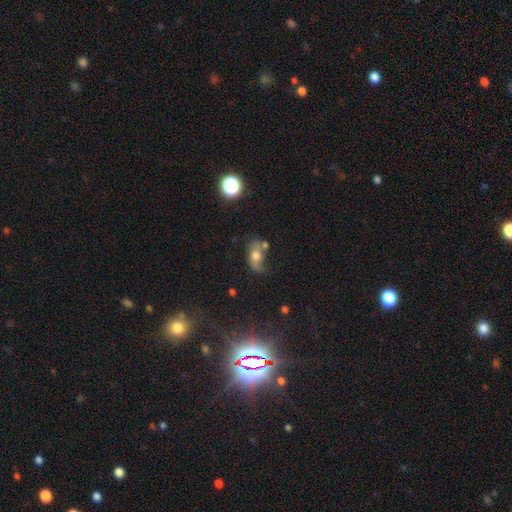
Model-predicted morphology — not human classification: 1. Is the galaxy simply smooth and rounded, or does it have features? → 50% smooth, 37% featured or disk, 13% star or artifact.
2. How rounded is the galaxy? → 79% in between, 17% round, 4% cigar-shaped.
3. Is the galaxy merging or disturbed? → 37% none, 25% minor disturbance, 21% major disturbance, 18% merger.